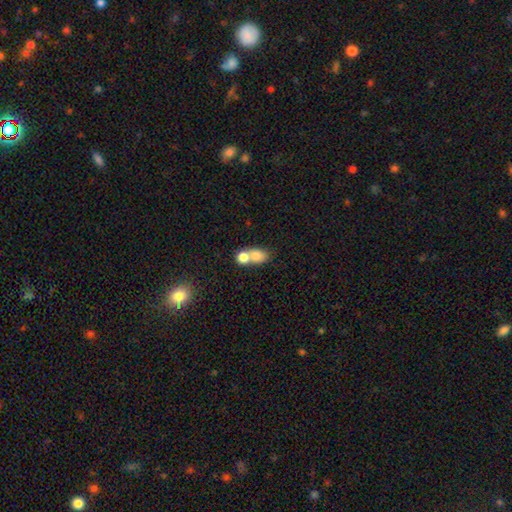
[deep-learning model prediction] A smooth galaxy with no disk features (75%) that is in between round and cigar-shaped (53%). Merging: merger (66%).